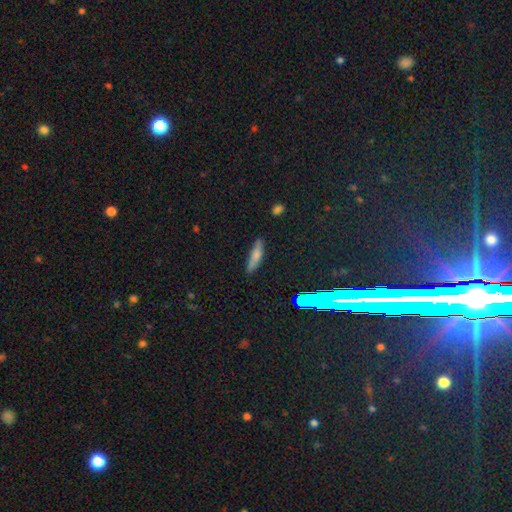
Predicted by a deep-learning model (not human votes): smooth-or-featured: smooth: 68% | featured or disk: 21% | star or artifact: 10%
  how-rounded: cigar-shaped: 76% | in between: 22% | round: 2%
  merging: none: 82% | minor disturbance: 14% | major disturbance: 3% | merger: 2%